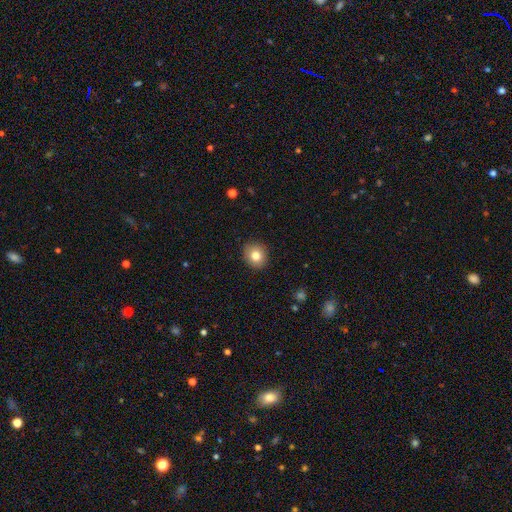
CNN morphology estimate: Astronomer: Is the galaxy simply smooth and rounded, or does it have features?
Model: smooth — 81%.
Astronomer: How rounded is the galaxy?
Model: round — 75%.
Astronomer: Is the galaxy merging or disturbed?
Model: none — 89%.